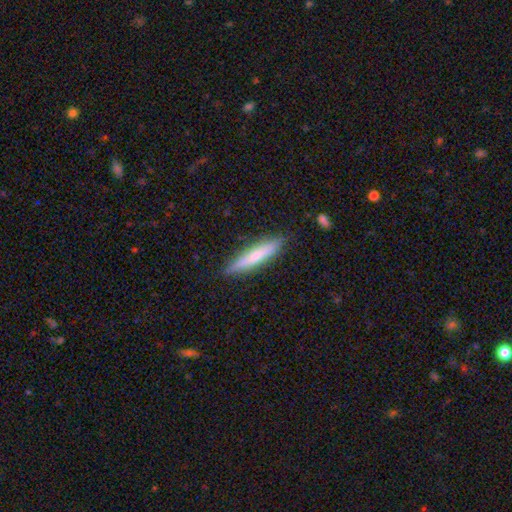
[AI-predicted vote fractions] smooth-or-featured: smooth: 62% | featured or disk: 32% | star or artifact: 6%
  how-rounded: cigar-shaped: 88% | in between: 11% | round: 1%
  merging: none: 86% | minor disturbance: 11% | major disturbance: 2% | merger: 1%